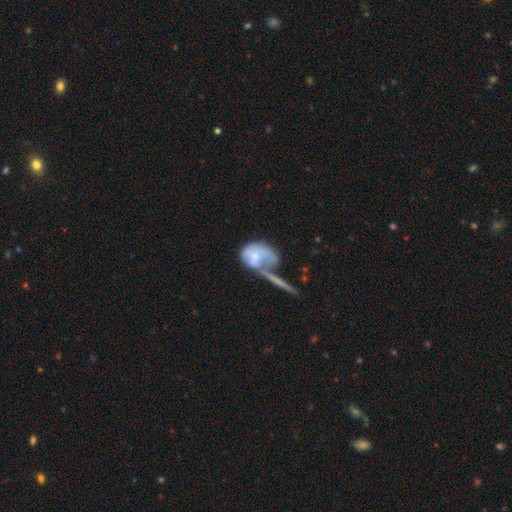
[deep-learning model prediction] Morphology: type=featured or disk (48%); merging=major disturbance (37%).